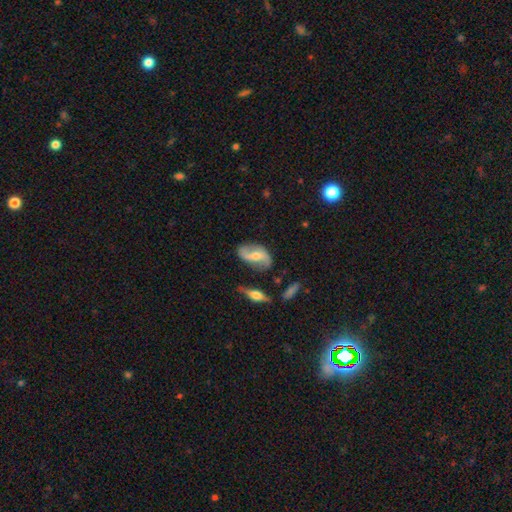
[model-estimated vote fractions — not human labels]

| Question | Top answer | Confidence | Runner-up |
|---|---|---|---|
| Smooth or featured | featured or disk | 71% | smooth (22%) |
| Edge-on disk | no | 93% | yes (7%) |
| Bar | weak | 40% | no (38%) |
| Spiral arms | yes | 89% | no (11%) |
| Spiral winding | loose | 66% | medium (24%) |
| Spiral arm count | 2 | 89% | can't tell (5%) |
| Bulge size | moderate | 52% | small (40%) |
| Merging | none | 72% | minor disturbance (18%) |